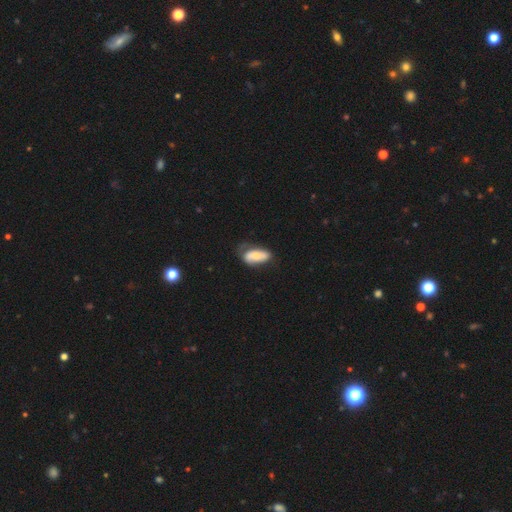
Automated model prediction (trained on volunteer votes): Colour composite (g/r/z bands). It shows a smooth galaxy with no disk features (57%) that is in between round and cigar-shaped (88%). Merging: none (48%).